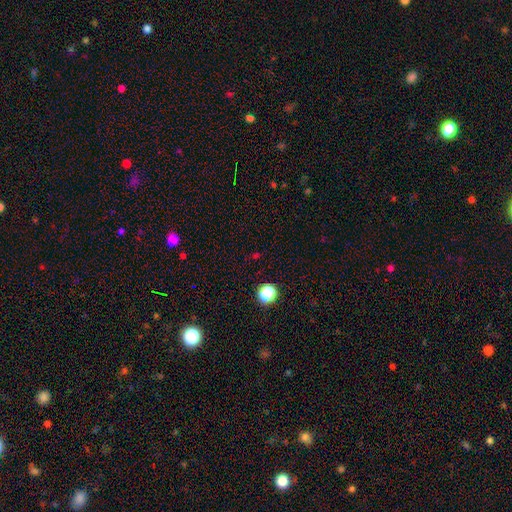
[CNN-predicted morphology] Smooth or featured: star or artifact — 55% (smooth — 38%)